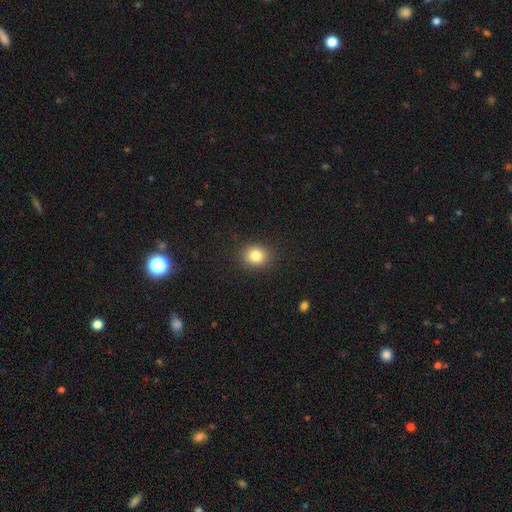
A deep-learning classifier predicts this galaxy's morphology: Smooth or featured? Predicted: smooth (p=0.82). How rounded? Predicted: round (p=0.71). Merging? Predicted: none (p=0.89).